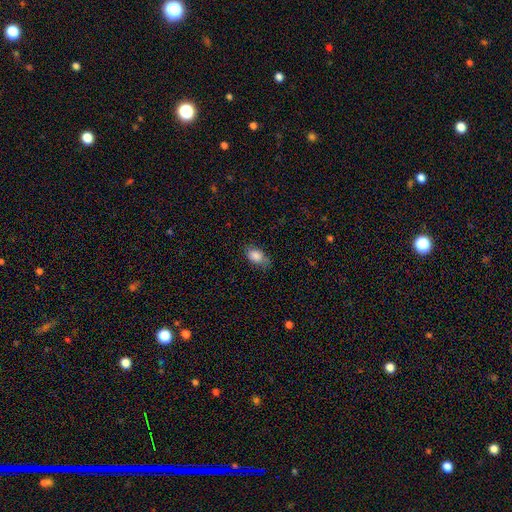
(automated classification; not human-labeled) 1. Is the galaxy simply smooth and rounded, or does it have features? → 86% smooth, 8% star or artifact, 6% featured or disk.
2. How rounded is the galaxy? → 85% in between, 13% round, 2% cigar-shaped.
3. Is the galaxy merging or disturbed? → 65% none, 27% minor disturbance, 7% major disturbance, 1% merger.